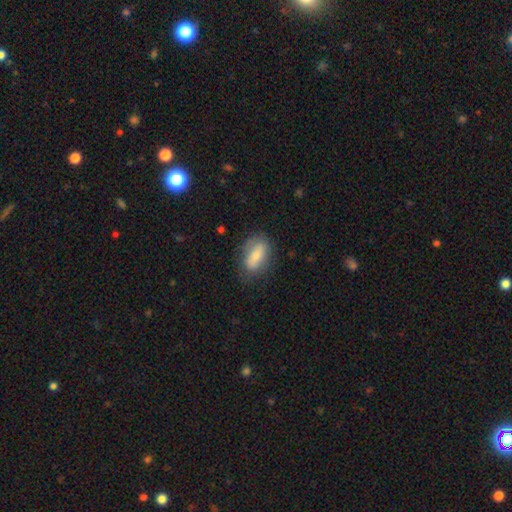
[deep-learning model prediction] smooth_or_featured: smooth (p=0.65) [alt: featured or disk p=0.28]
how_rounded: in between (p=0.85) [alt: round p=0.07]
merging: none (p=0.76) [alt: minor disturbance p=0.17]